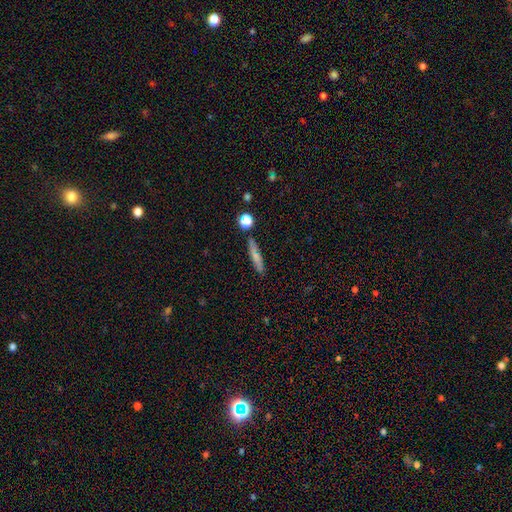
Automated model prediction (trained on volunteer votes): smooth-or-featured: smooth: 68% | featured or disk: 23% | star or artifact: 9%
  how-rounded: cigar-shaped: 85% | in between: 12% | round: 4%
  merging: none: 84% | minor disturbance: 10% | merger: 4% | major disturbance: 2%